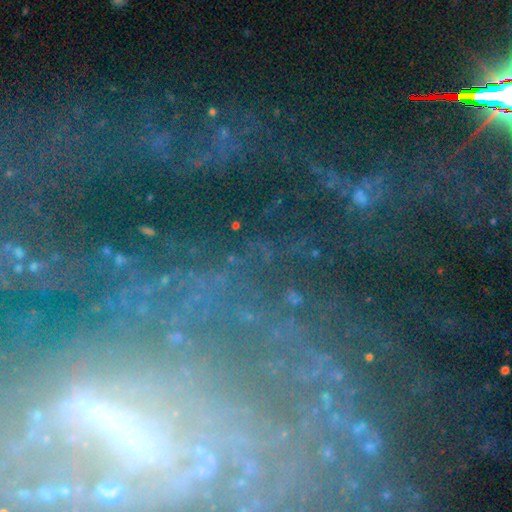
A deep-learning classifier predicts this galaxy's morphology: Smooth or featured?
  - featured or disk: 63% *
  - star or artifact: 26%
  - smooth: 11%
Edge-on disk?
  - no: 89% *
  - yes: 11%
Bar?
  - strong: 40% *
  - no: 32%
  - weak: 28%
Spiral arms?
  - yes: 79% *
  - no: 21%
Bulge size?
  - small: 54% *
  - moderate: 22%
  - none: 15%
  - large: 6%
  - dominant: 3%
Merging?
  - none: 61% *
  - major disturbance: 19%
  - minor disturbance: 15%
  - merger: 5%